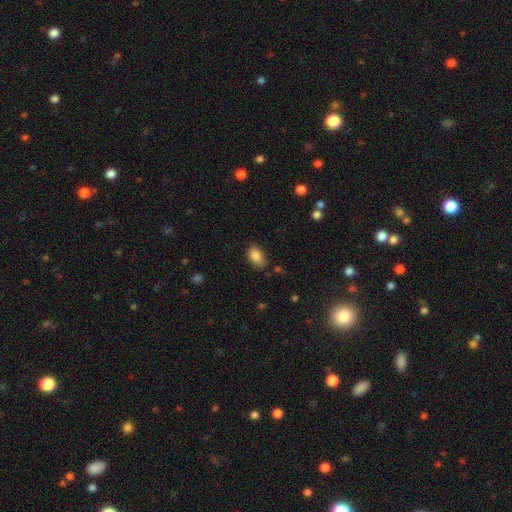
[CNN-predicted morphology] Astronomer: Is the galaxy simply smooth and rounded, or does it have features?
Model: smooth — 87%.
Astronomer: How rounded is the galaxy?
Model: in between — 90%.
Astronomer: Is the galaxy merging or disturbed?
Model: none — 78%.